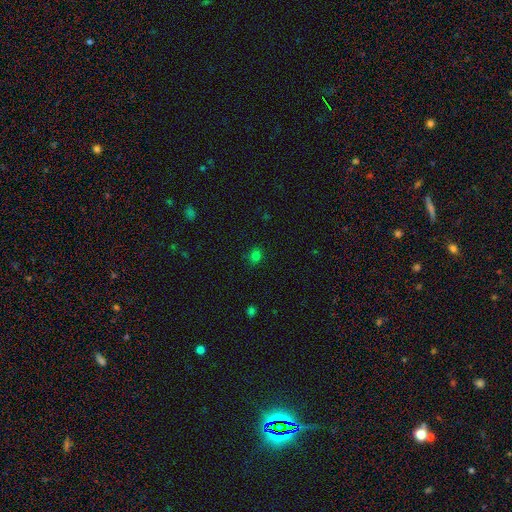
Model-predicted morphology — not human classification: Smooth or featured? Predicted: smooth (p=0.76). How rounded? Predicted: round (p=0.52). Merging? Predicted: none (p=0.82).